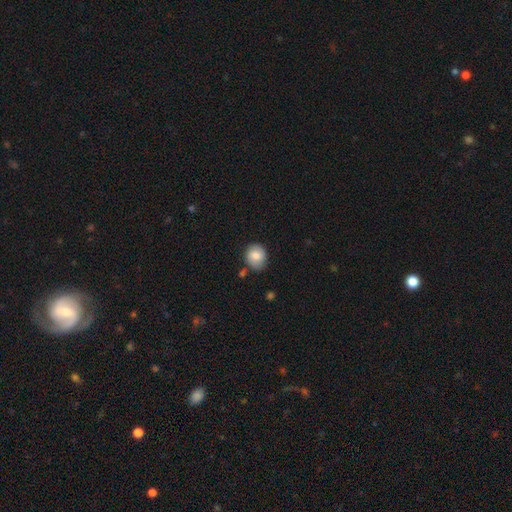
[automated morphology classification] Overall: smooth (78%). How rounded: round (73%). Merging: none (73%).